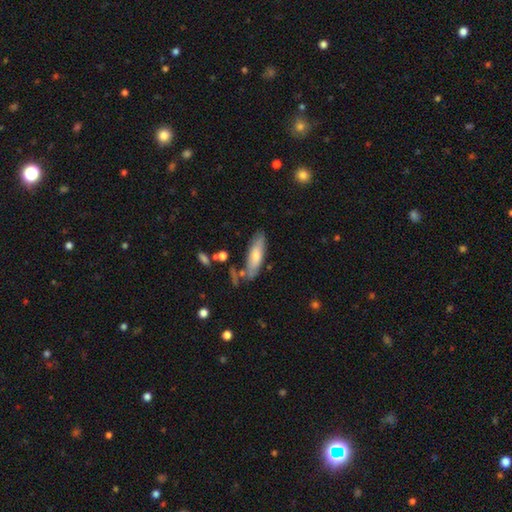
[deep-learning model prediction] Morphology: type=smooth (64%); roundness=cigar-shaped (50%); merging=none (68%).